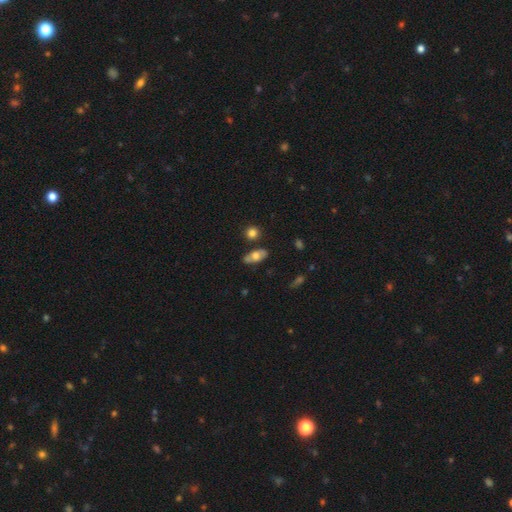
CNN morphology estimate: Smooth or featured?
  - smooth: 61% *
  - featured or disk: 32%
  - star or artifact: 7%
How rounded?
  - in between: 85% *
  - cigar-shaped: 8%
  - round: 7%
Merging?
  - none: 75% *
  - minor disturbance: 15%
  - merger: 6%
  - major disturbance: 4%